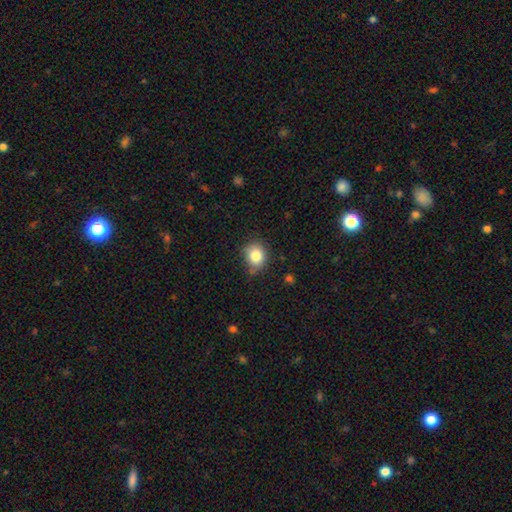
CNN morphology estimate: Q: Smooth or featured?
A: smooth (83%); runner-up: star or artifact (10%)
Q: How rounded?
A: round (73%); runner-up: in between (26%)
Q: Merging?
A: none (76%); runner-up: minor disturbance (18%)